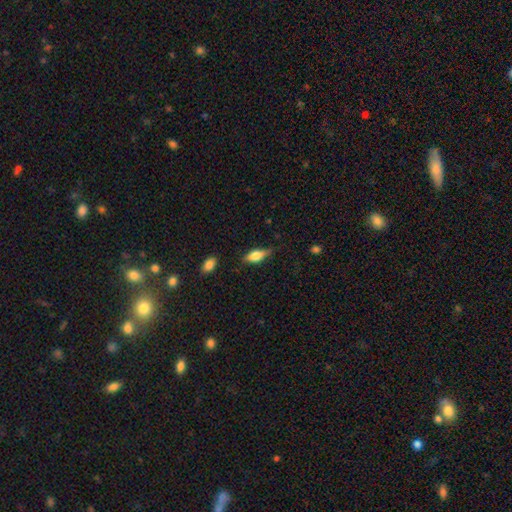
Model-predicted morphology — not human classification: smooth_or_featured: smooth (p=0.61) [alt: featured or disk p=0.32]
how_rounded: in between (p=0.73) [alt: cigar-shaped p=0.23]
merging: none (p=0.73) [alt: minor disturbance p=0.20]